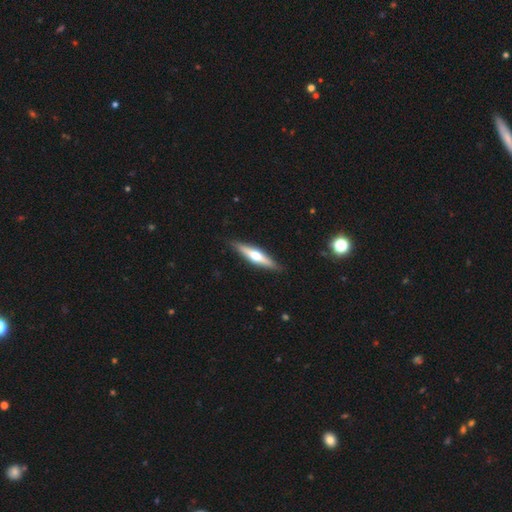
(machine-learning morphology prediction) featured or disk 64%, smooth 31%, star or artifact 5%. Down the decision tree: edge-on disk — yes (96%); edge-on bulge — rounded (94%); merging — none (90%).